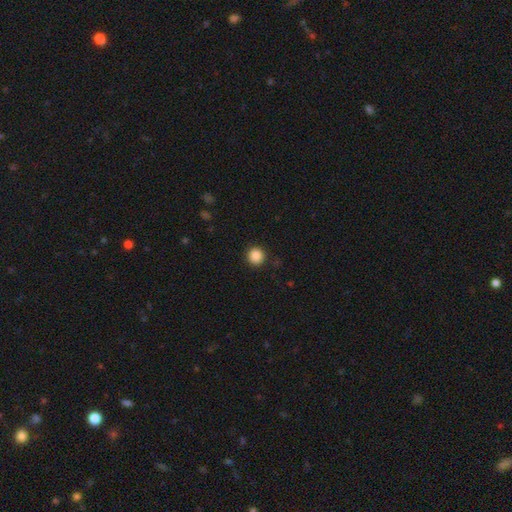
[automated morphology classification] Overall: smooth (87%). How rounded: round (94%). Merging: none (92%).